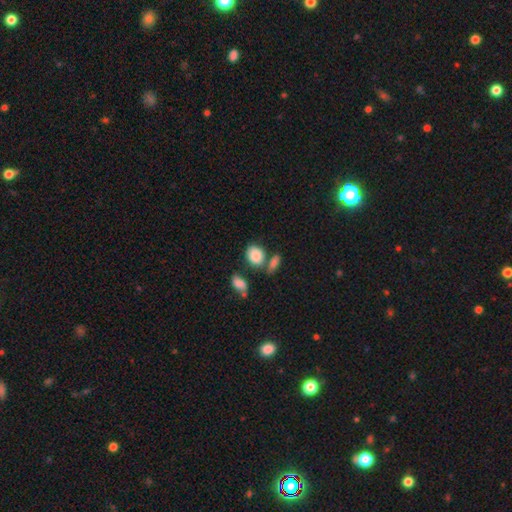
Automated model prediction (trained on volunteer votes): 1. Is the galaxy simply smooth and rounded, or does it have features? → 85% smooth, 8% star or artifact, 7% featured or disk.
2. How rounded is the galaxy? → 59% in between, 39% round, 2% cigar-shaped.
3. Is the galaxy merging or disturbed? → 55% none, 24% merger, 15% minor disturbance, 6% major disturbance.